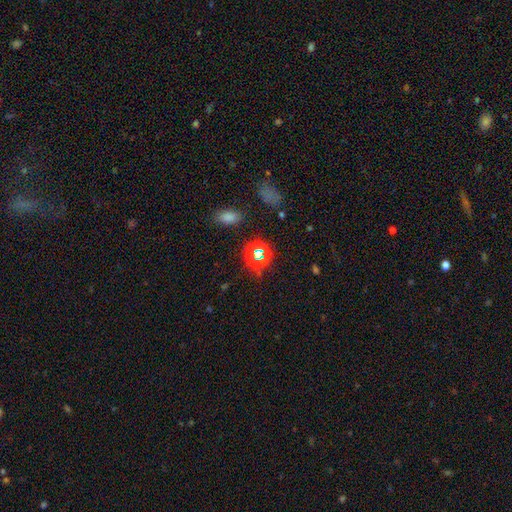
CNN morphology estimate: Overall: star or artifact (62%; smooth 29%).